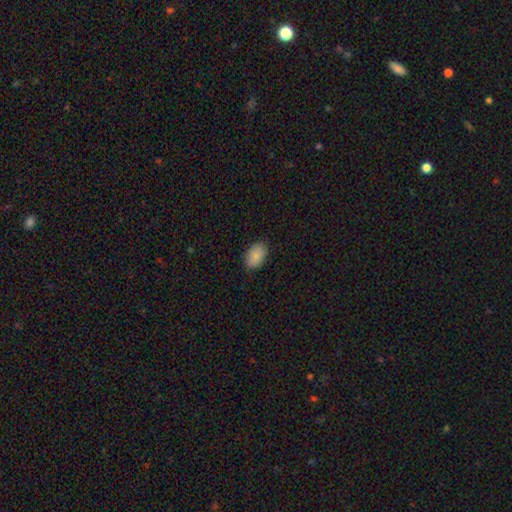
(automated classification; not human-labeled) This is clearly a smooth galaxy (87%). How rounded: clearly in between (89%). Merging: clearly none (87%).